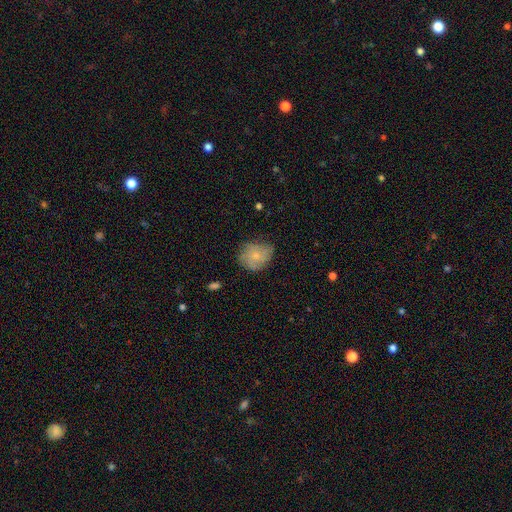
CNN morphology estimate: This is likely a smooth galaxy (66%). How rounded: likely round (71%). Merging: likely none (63%).